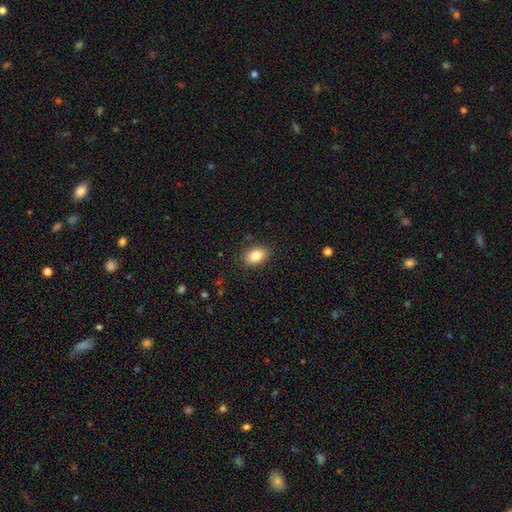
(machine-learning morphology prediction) Smooth or featured: smooth — 83% (featured or disk — 9%)
How rounded: in between — 84% (round — 14%)
Merging: none — 87% (minor disturbance — 9%)